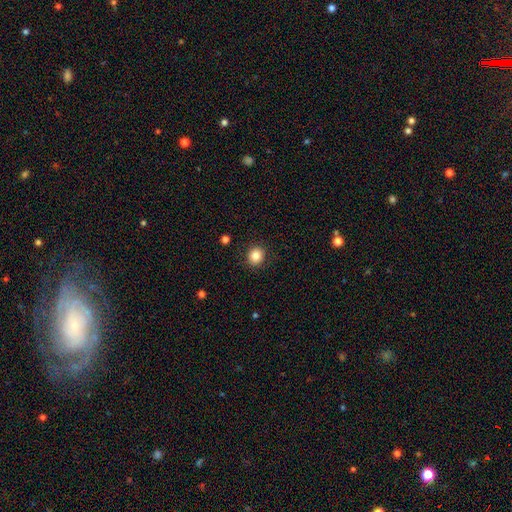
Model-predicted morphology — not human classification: smooth 84%, star or artifact 10%, featured or disk 6%. Down the decision tree: how rounded — round (84%); merging — none (90%).